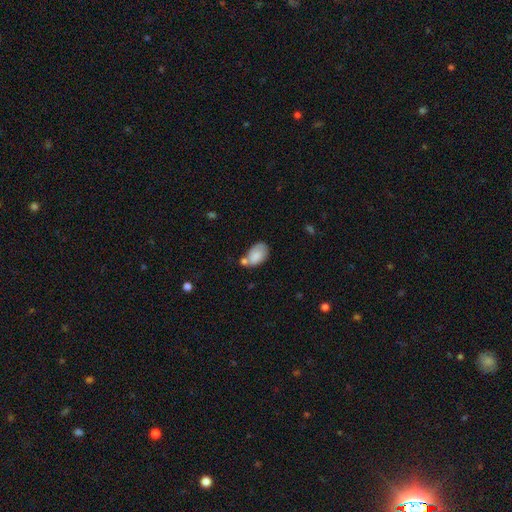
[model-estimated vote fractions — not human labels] Smooth or featured?
  - smooth: 79% *
  - featured or disk: 14%
  - star or artifact: 7%
How rounded?
  - in between: 89% *
  - round: 9%
  - cigar-shaped: 1%
Merging?
  - none: 41% *
  - merger: 26%
  - minor disturbance: 25%
  - major disturbance: 9%